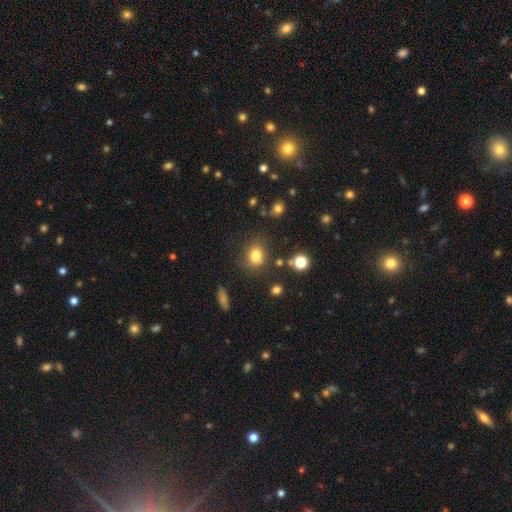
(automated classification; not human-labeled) Q: Smooth or featured?
A: smooth (80%); runner-up: star or artifact (13%)
Q: How rounded?
A: round (58%); runner-up: in between (41%)
Q: Merging?
A: none (75%); runner-up: minor disturbance (15%)